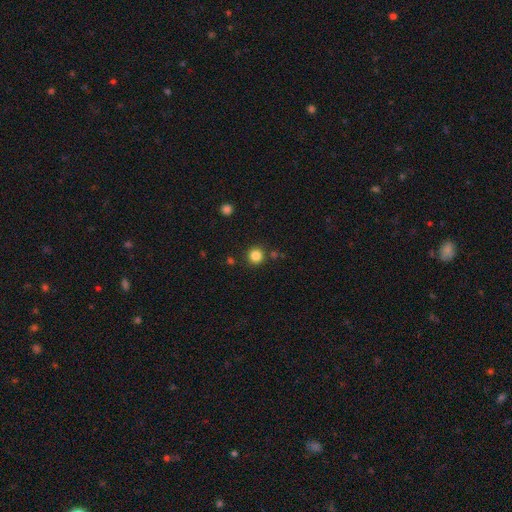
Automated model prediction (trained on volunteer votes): The model was most divided on "smooth or featured": smooth: 84%, star or artifact: 12%, featured or disk: 4%. More confident: how rounded — round (94%); merging — none (86%).